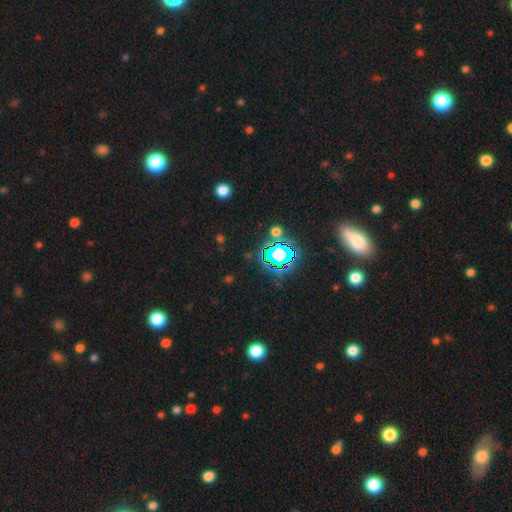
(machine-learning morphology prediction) Q: Smooth or featured?
A: star or artifact (69%); runner-up: smooth (20%)